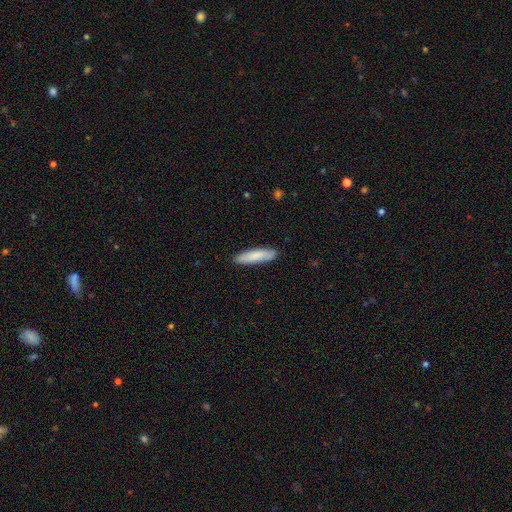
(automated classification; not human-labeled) This is clearly a smooth galaxy (82%). How rounded: likely cigar-shaped (78%). Merging: clearly none (88%).